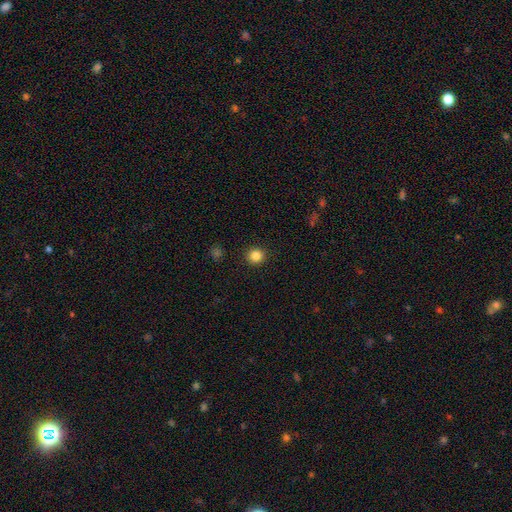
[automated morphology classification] Smooth or featured? Predicted: smooth (p=0.85). How rounded? Predicted: round (p=0.92). Merging? Predicted: none (p=0.92).